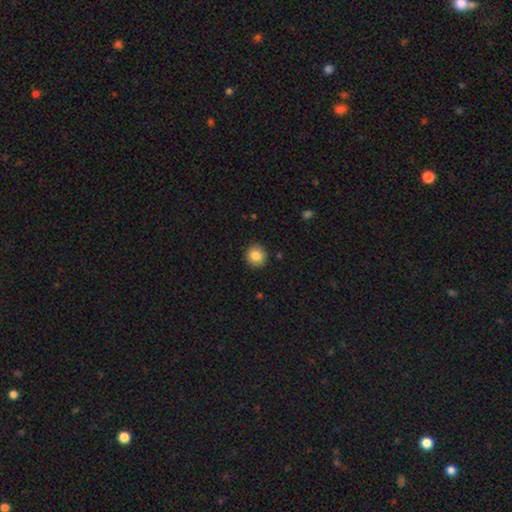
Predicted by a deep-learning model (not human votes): The model was most divided on "smooth or featured": smooth: 85%, star or artifact: 9%, featured or disk: 6%. More confident: merging — none (91%); how rounded — round (91%).